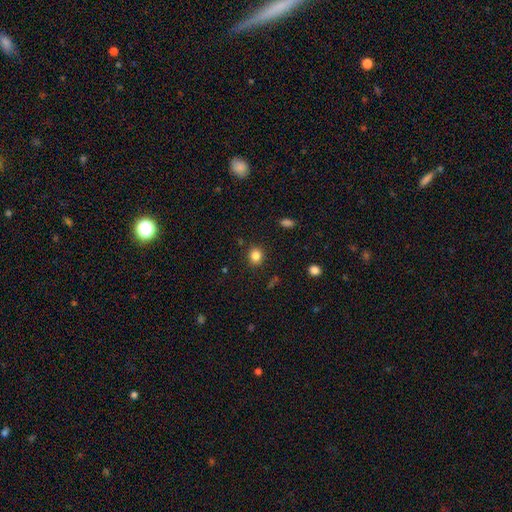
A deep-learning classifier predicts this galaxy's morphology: Smooth or featured: smooth — 83% (star or artifact — 12%)
How rounded: round — 78% (in between — 21%)
Merging: none — 88% (minor disturbance — 8%)